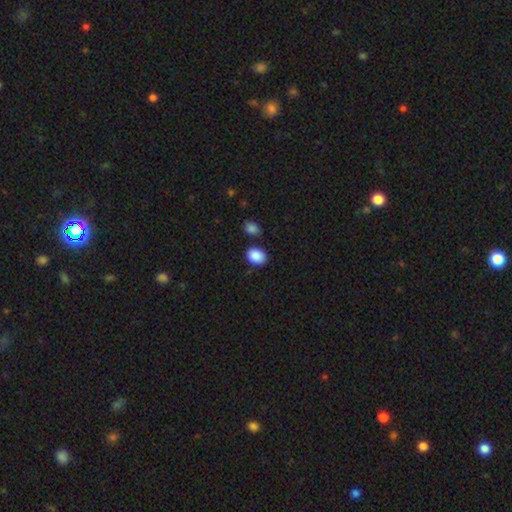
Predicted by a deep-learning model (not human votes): Morphology: type=smooth (89%); roundness=in between (73%); merging=none (79%).